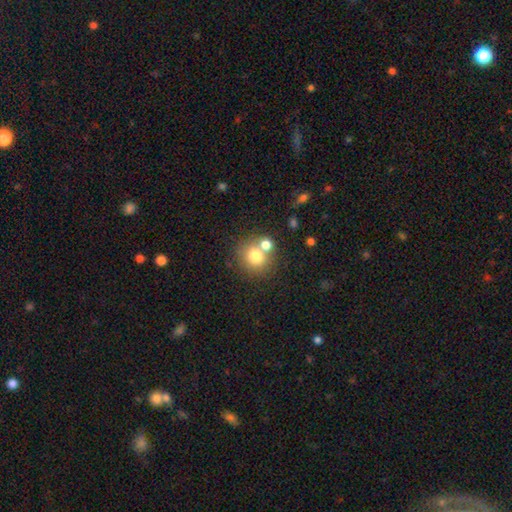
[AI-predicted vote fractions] The model was most divided on "merging": none: 57%, merger: 30%, minor disturbance: 9%, major disturbance: 4%. More confident: how rounded — round (83%); smooth or featured — smooth (74%).